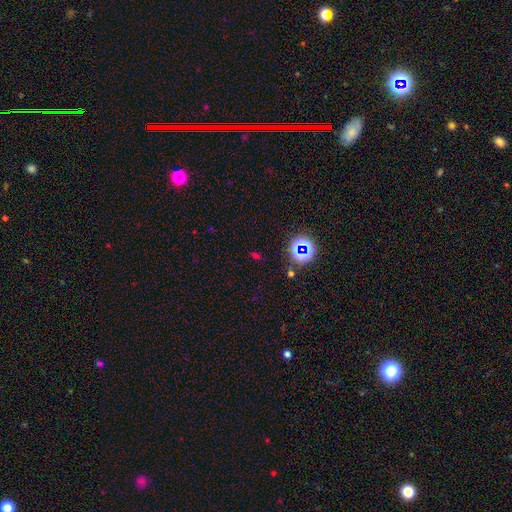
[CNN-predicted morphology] Smooth or featured? Predicted: star or artifact (p=0.58).